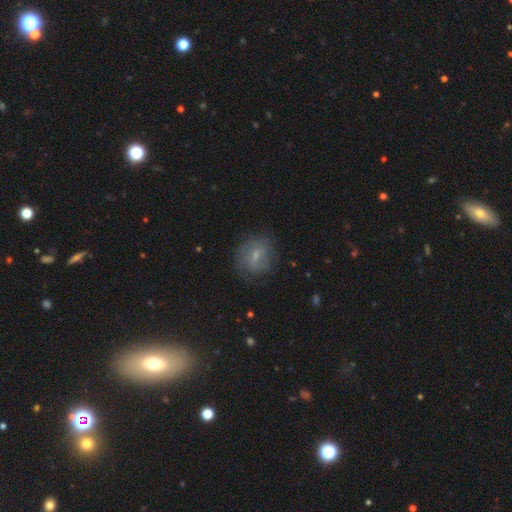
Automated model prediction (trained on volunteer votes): Smooth or featured: smooth — 48% (featured or disk — 41%)
Merging: none — 70% (minor disturbance — 20%)